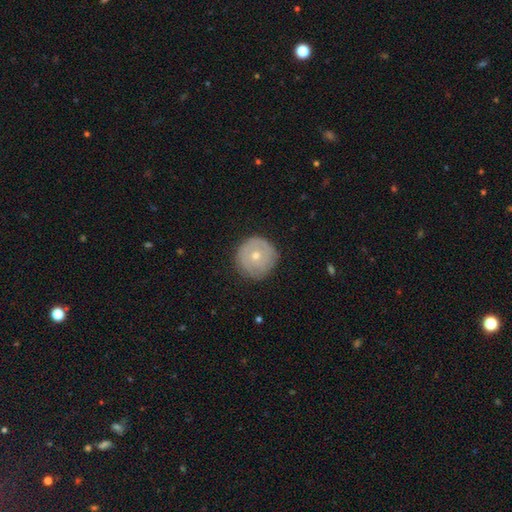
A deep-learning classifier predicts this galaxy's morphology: Smooth or featured: smooth — 54% (featured or disk — 39%)
How rounded: round — 96% (in between — 3%)
Merging: none — 84% (minor disturbance — 12%)